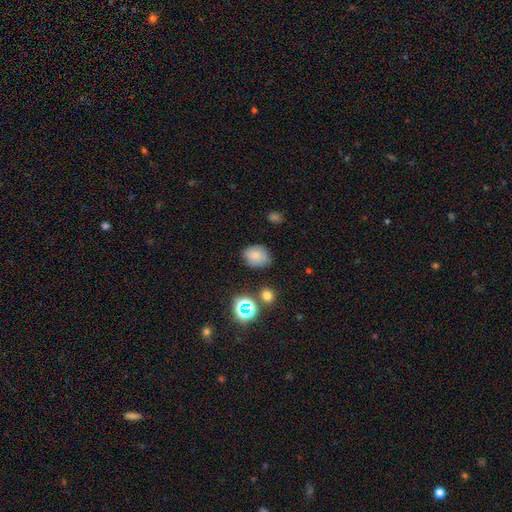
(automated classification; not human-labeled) A smooth galaxy with no disk features (75%) that is round (52%). Merging: none (69%).